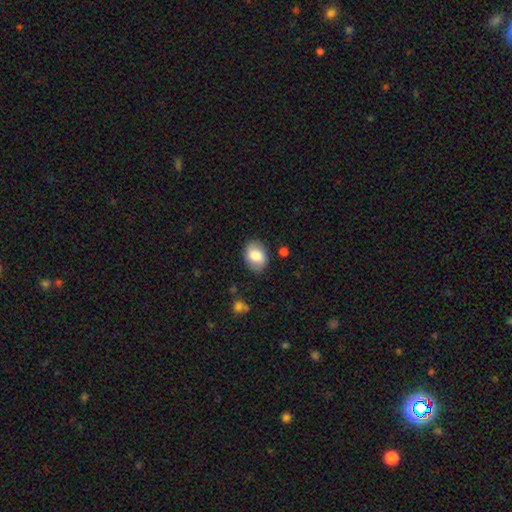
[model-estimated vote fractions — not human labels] smooth-or-featured: smooth: 77% | featured or disk: 16% | star or artifact: 7%
  how-rounded: in between: 71% | round: 28% | cigar-shaped: 1%
  merging: none: 83% | minor disturbance: 12% | major disturbance: 3% | merger: 2%